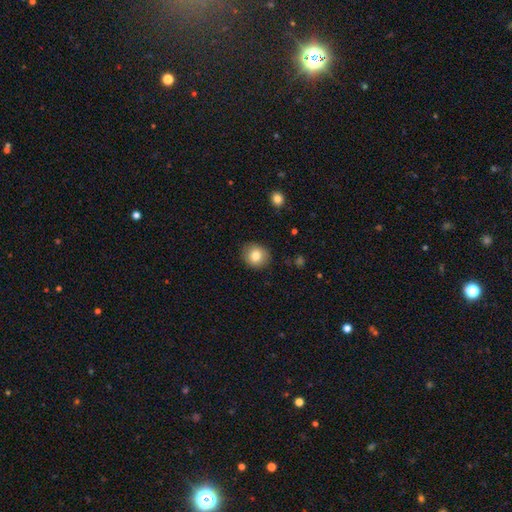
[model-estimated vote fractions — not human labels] smooth_or_featured: smooth (p=0.82) [alt: star or artifact p=0.09]
how_rounded: round (p=0.80) [alt: in between p=0.19]
merging: none (p=0.87) [alt: minor disturbance p=0.10]